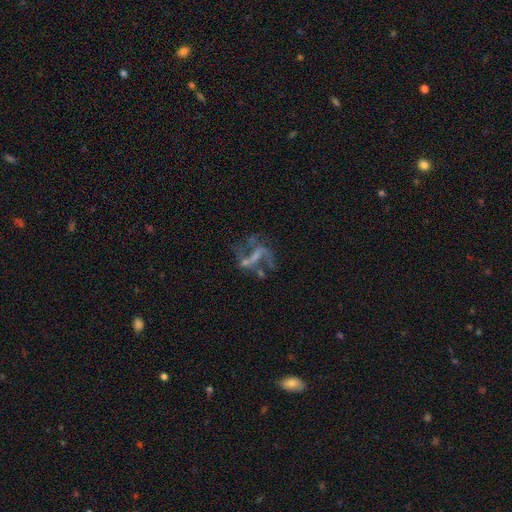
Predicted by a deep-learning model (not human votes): Overall: featured or disk (73%). Edge-on disk: no (95%). Bar: strong (37%; weak 34%). Spiral arms: yes (70%; no 30%). Bulge size: none (59%; small 27%). Merging: none (42%; major disturbance 30%).